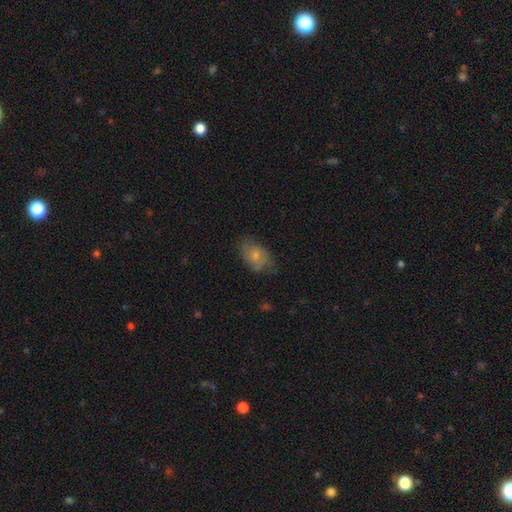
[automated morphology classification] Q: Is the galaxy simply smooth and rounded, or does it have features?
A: smooth — 69%.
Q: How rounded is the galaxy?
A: in between — 86%.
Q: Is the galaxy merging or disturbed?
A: none — 61%.